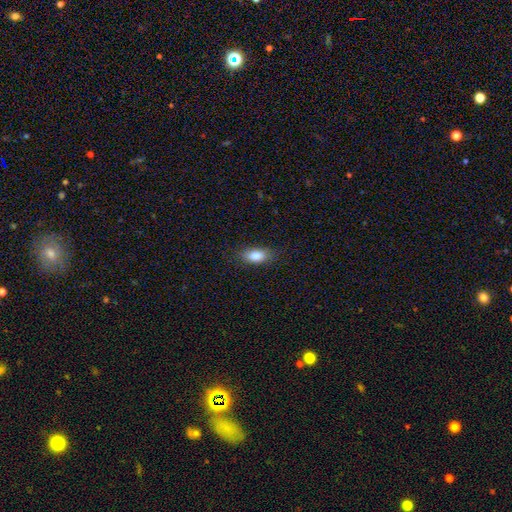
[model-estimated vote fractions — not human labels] Smooth or featured: smooth — 85% (star or artifact — 7%)
How rounded: in between — 87% (cigar-shaped — 9%)
Merging: none — 82% (minor disturbance — 13%)